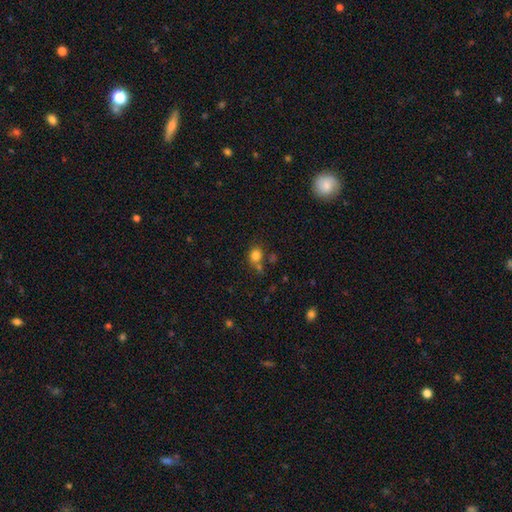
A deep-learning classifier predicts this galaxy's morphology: Smooth or featured? Predicted: smooth (p=0.80). How rounded? Predicted: round (p=0.74). Merging? Predicted: none (p=0.59).